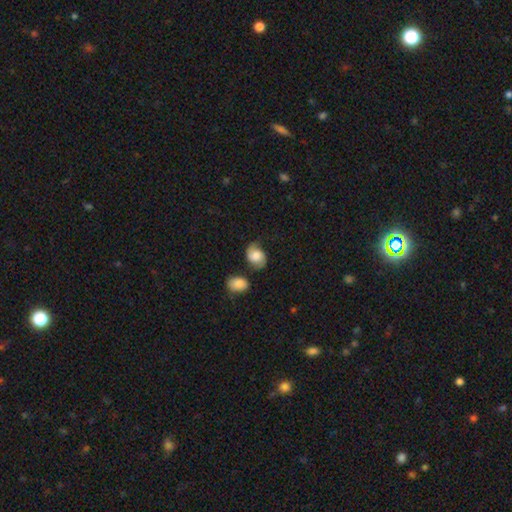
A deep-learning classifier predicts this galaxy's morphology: This appears to be a featured or disk galaxy (56%) with no bar (64%), spiral arms (91%) and a large central bulge (36%). Merging: none (64%).